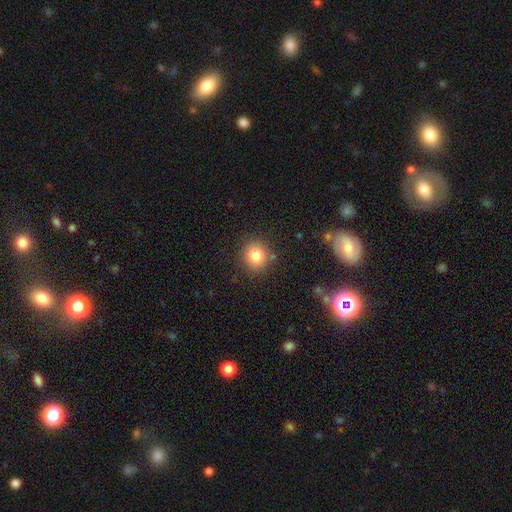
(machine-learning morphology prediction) type=smooth (80%); roundness=round (87%); merging=none (85%).